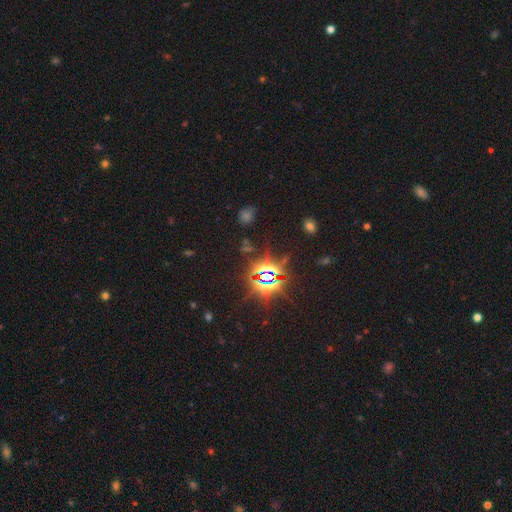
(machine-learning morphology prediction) This appears to be a star or artifact, not a galaxy (82%).